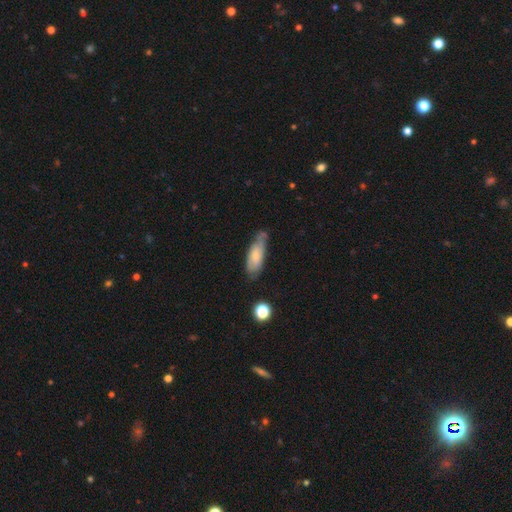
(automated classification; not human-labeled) smooth 68%, featured or disk 25%, star or artifact 7%. Down the decision tree: how rounded — in between (66%); merging — none (54%).